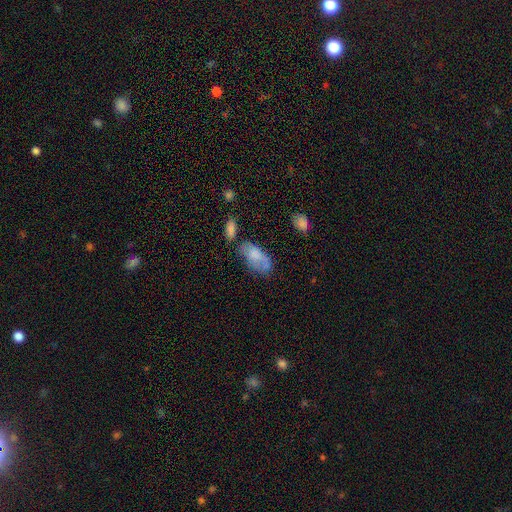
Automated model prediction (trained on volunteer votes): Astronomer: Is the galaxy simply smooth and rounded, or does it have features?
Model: smooth — 68%.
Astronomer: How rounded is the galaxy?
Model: in between — 91%.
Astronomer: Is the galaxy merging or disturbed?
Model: none — 42% (runner-up: minor disturbance, 28%).